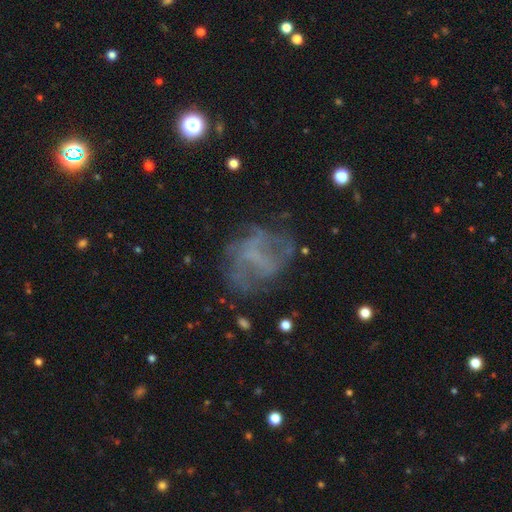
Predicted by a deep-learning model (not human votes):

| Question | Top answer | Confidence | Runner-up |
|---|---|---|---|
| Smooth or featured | featured or disk | 61% | smooth (23%) |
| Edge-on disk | no | 97% | yes (3%) |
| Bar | no | 56% | weak (31%) |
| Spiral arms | no | 53% | yes (47%) |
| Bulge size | none | 70% | small (18%) |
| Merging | none | 55% | major disturbance (23%) |